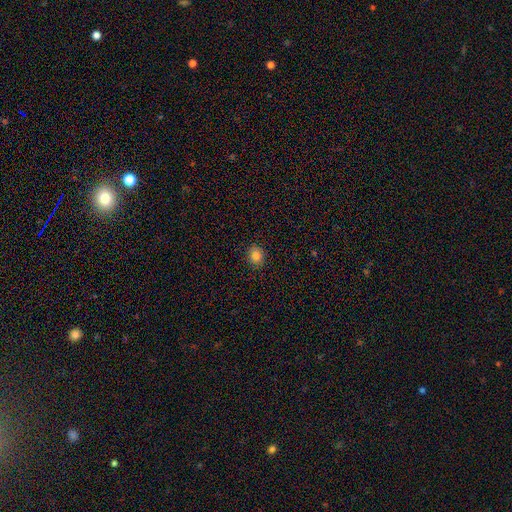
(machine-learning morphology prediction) smooth_or_featured: smooth (p=0.84) [alt: star or artifact p=0.11]
how_rounded: round (p=0.68) [alt: in between p=0.32]
merging: none (p=0.89) [alt: minor disturbance p=0.08]